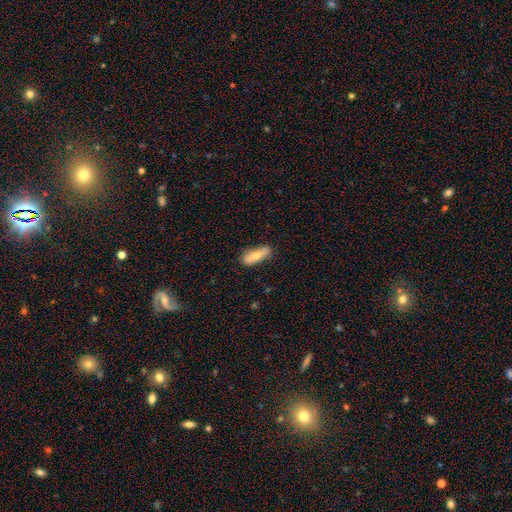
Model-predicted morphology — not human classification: Overall: smooth (72%). How rounded: in between (58%; cigar-shaped 40%). Merging: none (77%).